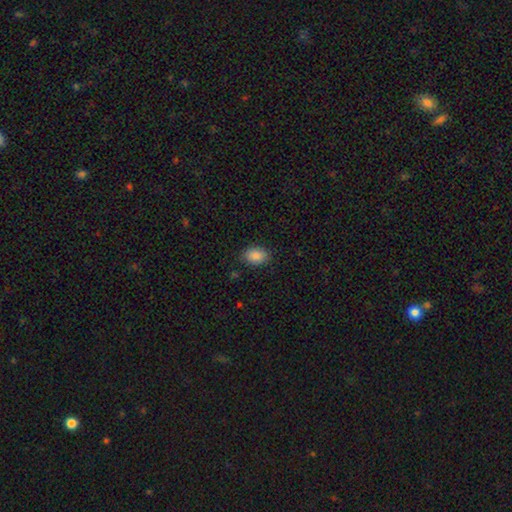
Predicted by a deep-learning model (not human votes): smooth_or_featured: smooth (p=0.88) [alt: star or artifact p=0.08]
how_rounded: in between (p=0.83) [alt: round p=0.16]
merging: none (p=0.85) [alt: minor disturbance p=0.11]